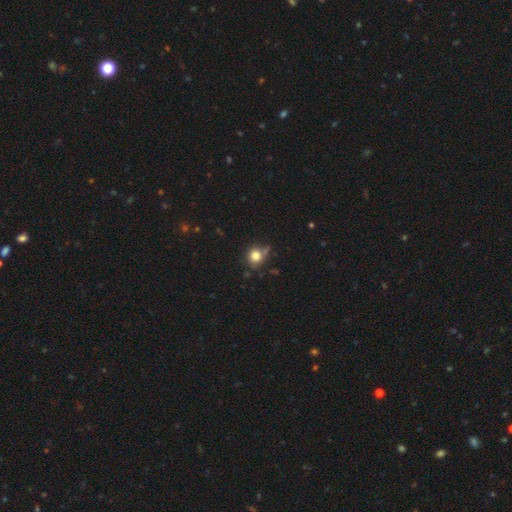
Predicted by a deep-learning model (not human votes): Overall: smooth (81%). How rounded: round (86%). Merging: none (70%).